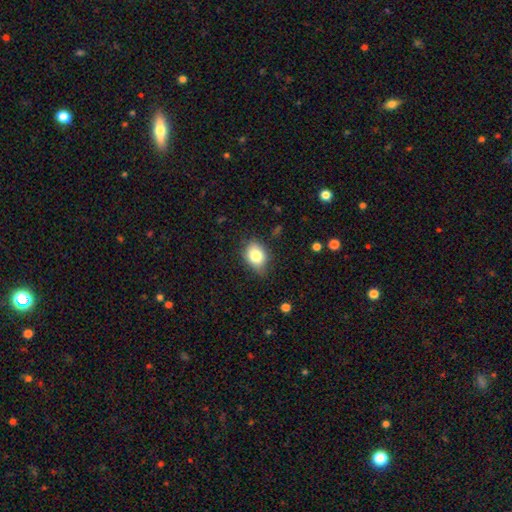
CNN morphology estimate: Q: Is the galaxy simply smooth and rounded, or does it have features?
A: smooth — 81%.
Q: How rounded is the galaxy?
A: in between — 67%.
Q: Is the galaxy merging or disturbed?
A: none — 70%.